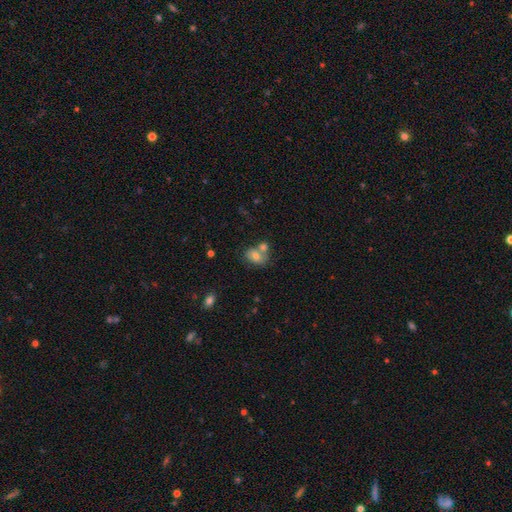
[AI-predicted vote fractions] Q: Smooth or featured?
A: smooth (70%); runner-up: featured or disk (21%)
Q: How rounded?
A: in between (65%); runner-up: round (34%)
Q: Merging?
A: merger (43%); runner-up: none (39%)